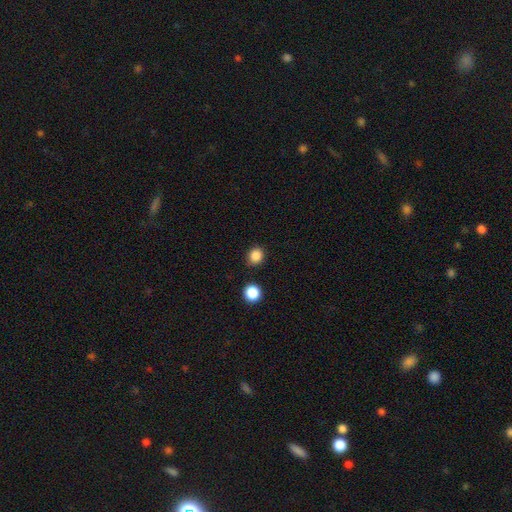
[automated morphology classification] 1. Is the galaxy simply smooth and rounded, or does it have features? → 86% smooth, 11% star or artifact, 3% featured or disk.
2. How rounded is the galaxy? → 82% round, 17% in between, 1% cigar-shaped.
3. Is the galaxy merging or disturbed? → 87% none, 8% minor disturbance, 3% merger, 2% major disturbance.